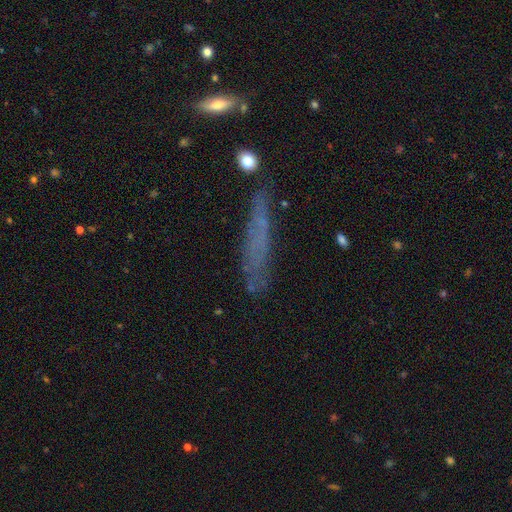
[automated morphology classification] The model was most divided on "smooth or featured": smooth: 52%, featured or disk: 36%, star or artifact: 12%. More confident: how rounded — cigar-shaped (87%); merging — none (66%).